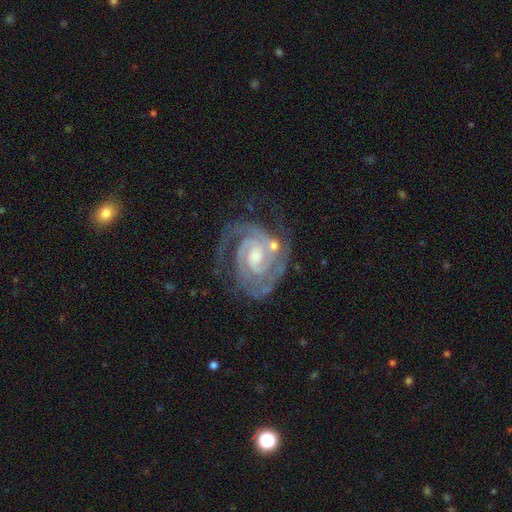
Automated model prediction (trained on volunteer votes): A featured or disk galaxy (92%) with no bar (47%), 2 (64%) tight (72%) spiral arms (98%) and a small central bulge (51%).

Vote fractions:
- Smooth or featured? featured or disk: 92% / star or artifact: 4% / smooth: 4%
- Edge-on disk? no: 98% / yes: 2%
- Bar? no: 47% / weak: 41% / strong: 12%
- Spiral arms? yes: 98% / no: 2%
- Spiral winding? tight: 72% / medium: 25% / loose: 3%
- Spiral arm count? 2: 64% / 3: 18% / can't tell: 9% / 1: 3% / 4: 3% / more than 4: 3%
- Bulge size? small: 51% / moderate: 42% / none: 3% / large: 3% / dominant: 1%
- Merging? none: 62% / minor disturbance: 20% / major disturbance: 11% / merger: 7%